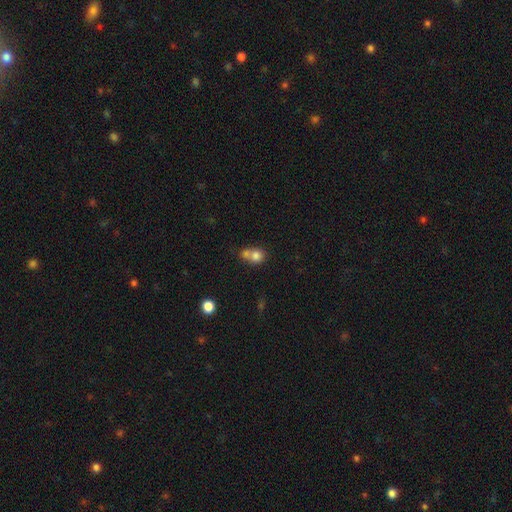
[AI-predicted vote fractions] Smooth or featured? Predicted: smooth (p=0.76). How rounded? Predicted: round (p=0.75). Merging? Predicted: merger (p=0.57).